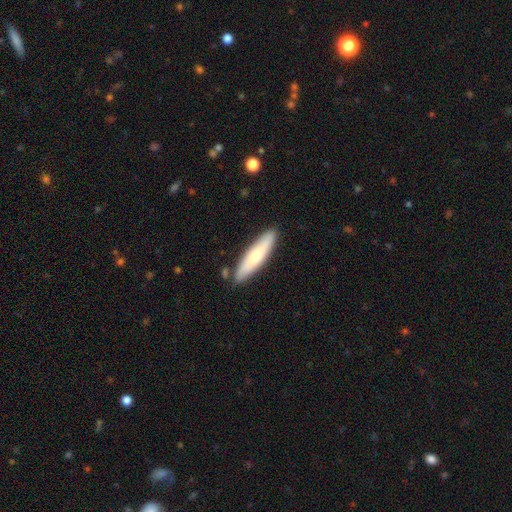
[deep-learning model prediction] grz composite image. It shows a smooth galaxy with no disk features (67%) that is cigar-shaped (76%). Merging: none (84%).